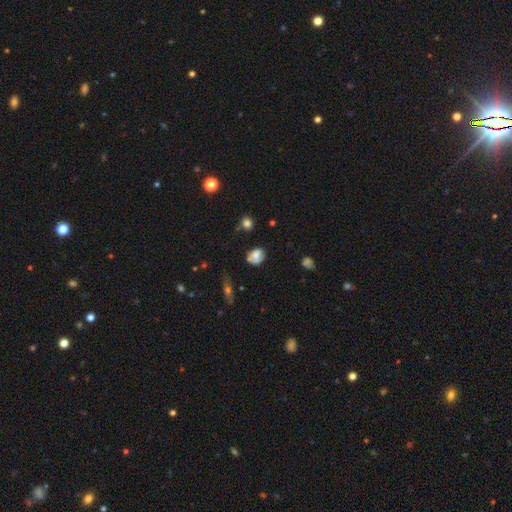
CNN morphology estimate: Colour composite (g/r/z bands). It shows a smooth galaxy with no disk features (71%) that is round (53%). Merging: none (54%).